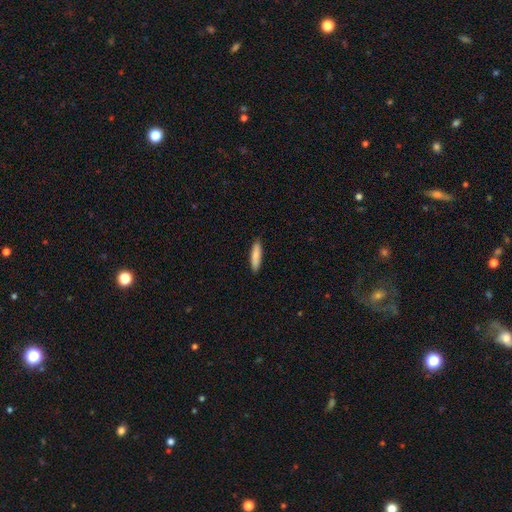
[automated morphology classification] A smooth galaxy with no disk features (85%) that is cigar-shaped (77%).

Vote fractions:
- Smooth or featured? smooth: 85% / featured or disk: 9% / star or artifact: 6%
- How rounded? cigar-shaped: 77% / in between: 22% / round: 1%
- Merging? none: 89% / minor disturbance: 9% / major disturbance: 2% / merger: 1%